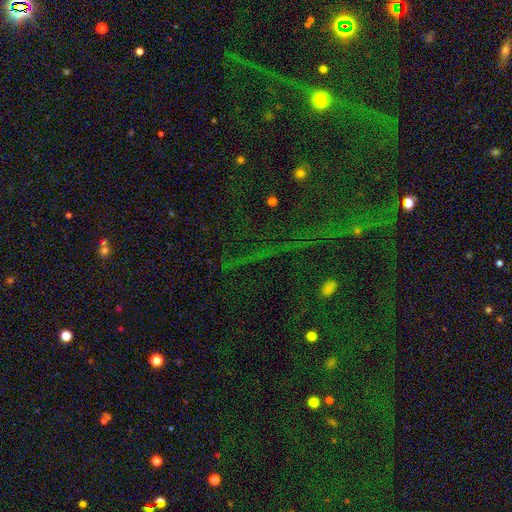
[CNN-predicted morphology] A star or artifact, not a galaxy (81%).

Vote fractions:
- Smooth or featured? star or artifact: 81% / smooth: 11% / featured or disk: 8%